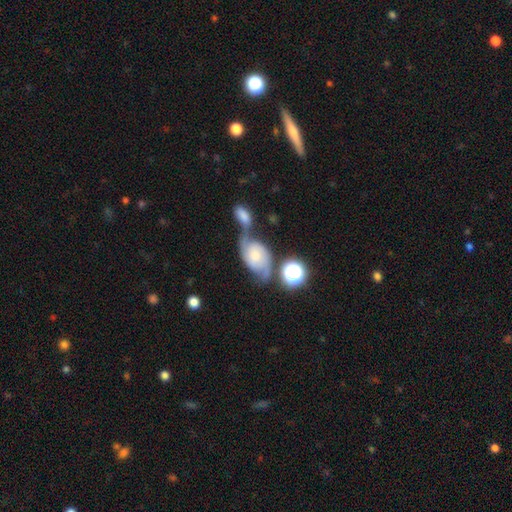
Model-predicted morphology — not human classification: This is likely a featured or disk galaxy (63%). It is clearly not viewed edge-on (95%). Bar: likely no (66%). Spiral arm pattern: clearly yes (90%). Spiral arm count: clearly 2 (86%). Spiral winding: possibly loose (46%). Central bulge: marginally small (35%). Merging: marginally merger (43%).